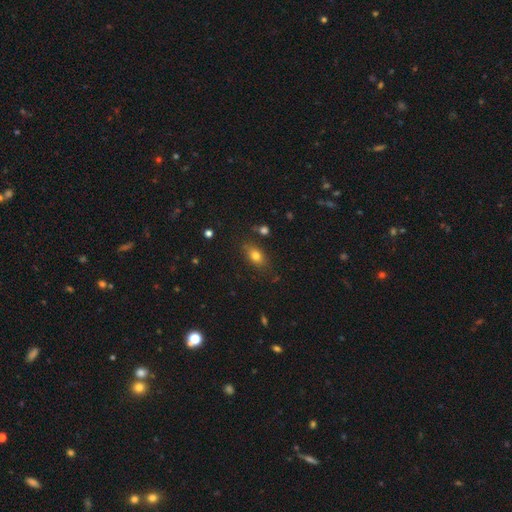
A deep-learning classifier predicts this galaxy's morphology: The model was most divided on "merging": none: 78%, minor disturbance: 15%, major disturbance: 4%, merger: 3%. More confident: how rounded — in between (80%); smooth or featured — smooth (78%).